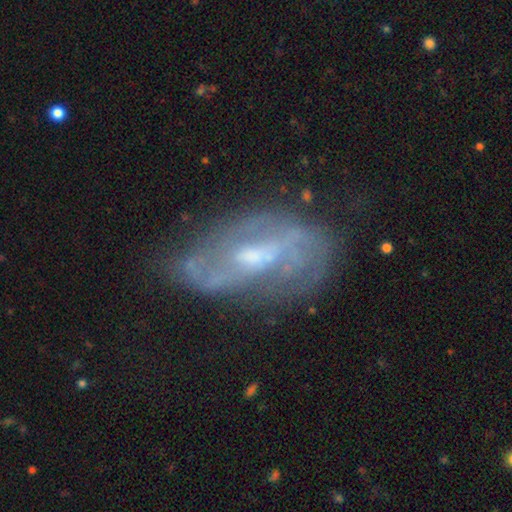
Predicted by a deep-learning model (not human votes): Smooth or featured?
  - featured or disk: 79% *
  - smooth: 13%
  - star or artifact: 8%
Edge-on disk?
  - no: 93% *
  - yes: 7%
Bar?
  - weak: 50% *
  - no: 33%
  - strong: 17%
Spiral arms?
  - yes: 81% *
  - no: 19%
Spiral winding?
  - medium: 41% *
  - tight: 37%
  - loose: 21%
Spiral arm count?
  - 2: 44% *
  - can't tell: 36%
  - 3: 9%
  - 1: 4%
  - 4: 3%
  - more than 4: 3%
Bulge size?
  - moderate: 49% *
  - small: 41%
  - none: 6%
  - large: 3%
  - dominant: 1%
Merging?
  - none: 61% *
  - minor disturbance: 23%
  - major disturbance: 13%
  - merger: 3%